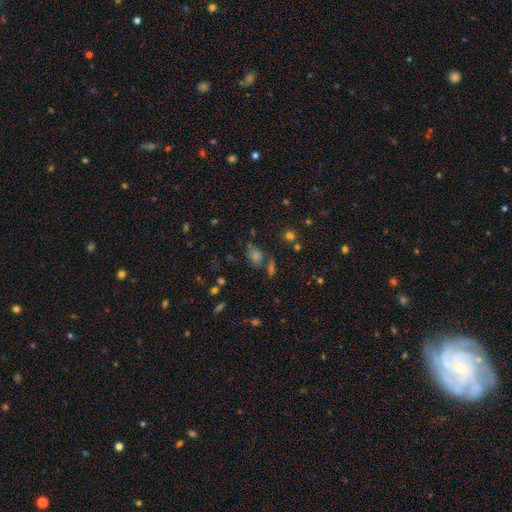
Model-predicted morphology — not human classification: smooth 47%, star or artifact 39%, featured or disk 14%. Down the decision tree: merging — none (65%).